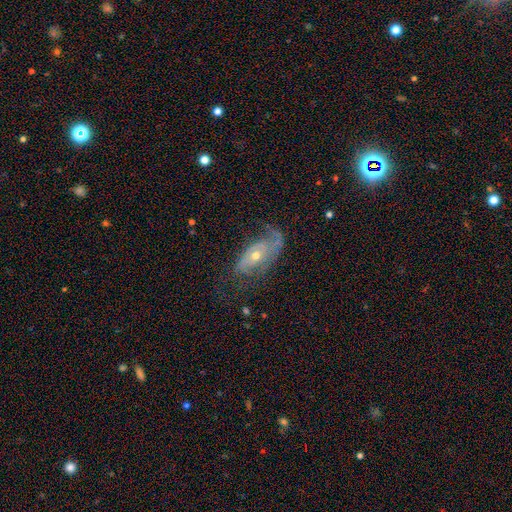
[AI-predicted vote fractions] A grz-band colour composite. It shows a featured or disk galaxy (70%) with no bar (74%), spiral arms (76%) and a moderate central bulge (48%, tied with small). Merging: none (45%).